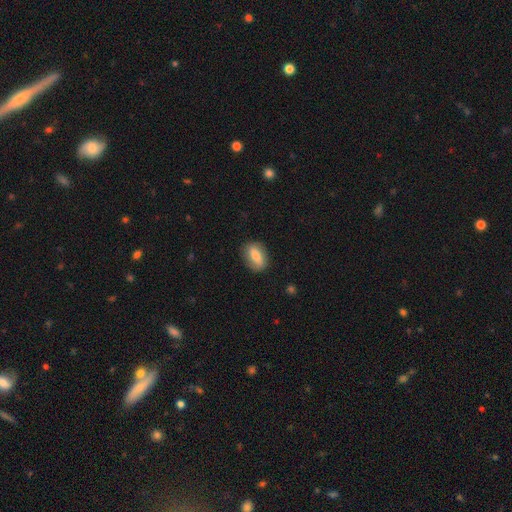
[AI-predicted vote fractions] smooth_or_featured: smooth (p=0.76) [alt: featured or disk p=0.17]
how_rounded: in between (p=0.84) [alt: round p=0.11]
merging: none (p=0.81) [alt: minor disturbance p=0.15]